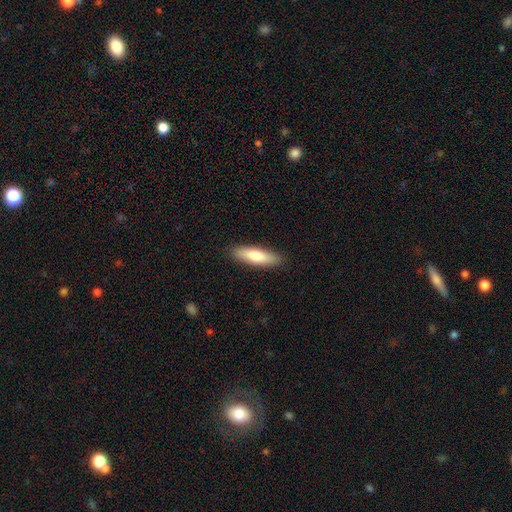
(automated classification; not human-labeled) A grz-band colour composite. It shows a smooth galaxy with no disk features (77%) that is cigar-shaped (66%). Merging: none (89%).